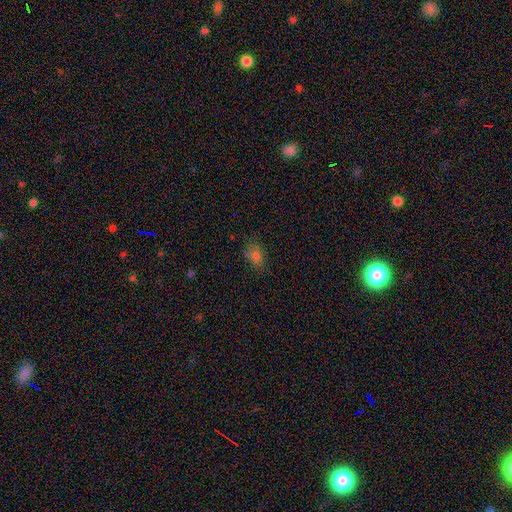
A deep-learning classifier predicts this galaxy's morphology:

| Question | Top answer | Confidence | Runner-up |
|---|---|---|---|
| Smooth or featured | smooth | 75% | star or artifact (15%) |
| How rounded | in between | 75% | round (23%) |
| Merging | none | 73% | minor disturbance (19%) |